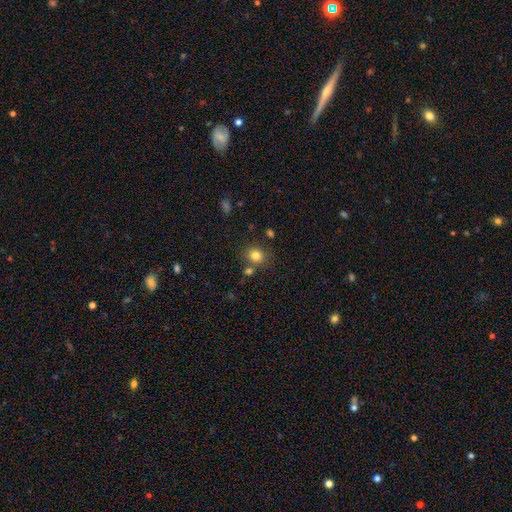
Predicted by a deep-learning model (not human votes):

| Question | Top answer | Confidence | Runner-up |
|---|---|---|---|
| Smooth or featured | smooth | 81% | star or artifact (12%) |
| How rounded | round | 70% | in between (29%) |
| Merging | none | 73% | merger (12%) |